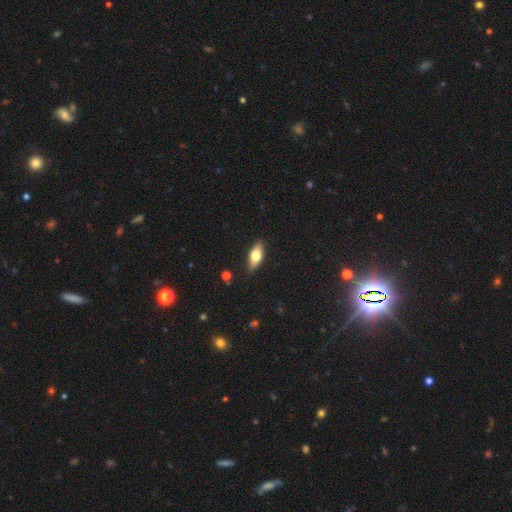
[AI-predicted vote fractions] smooth 71%, featured or disk 22%, star or artifact 7%. Down the decision tree: how rounded — in between (79%); merging — none (86%).